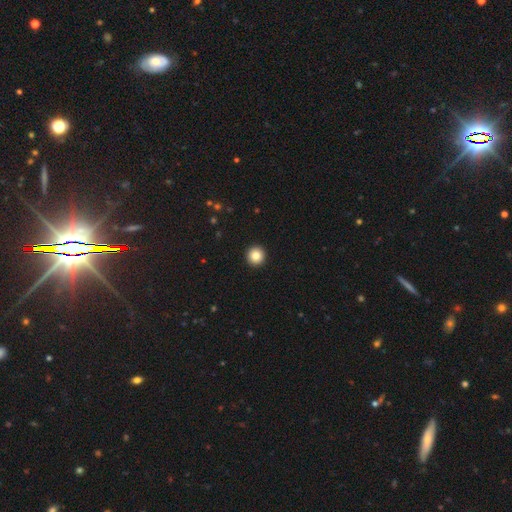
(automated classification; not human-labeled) Smooth or featured? smooth (84%)
How rounded? round (96%)
Merging? none (94%)